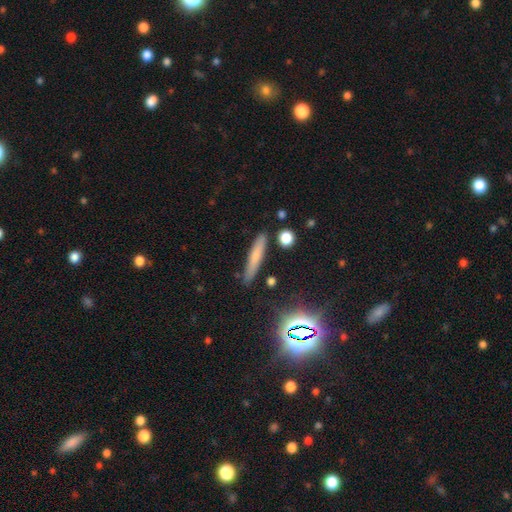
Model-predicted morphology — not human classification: type=smooth (63%); roundness=cigar-shaped (90%); merging=none (85%).